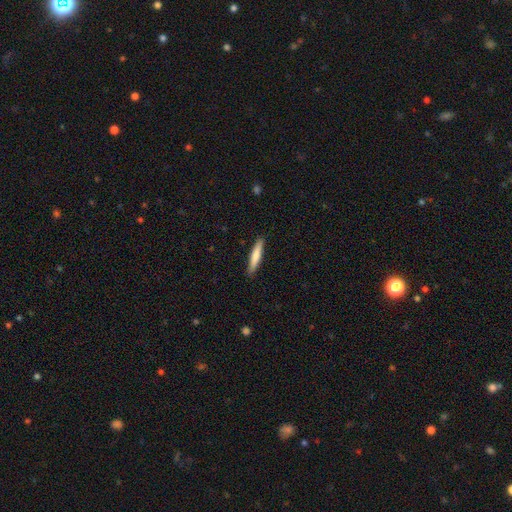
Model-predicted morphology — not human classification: Smooth or featured? smooth (73%)
How rounded? cigar-shaped (91%)
Merging? none (90%)